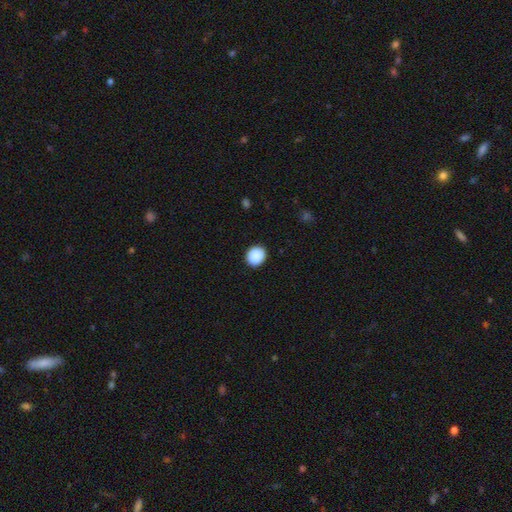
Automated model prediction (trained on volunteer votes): smooth 90%, star or artifact 7%, featured or disk 2%. Down the decision tree: how rounded — round (80%); merging — none (91%).